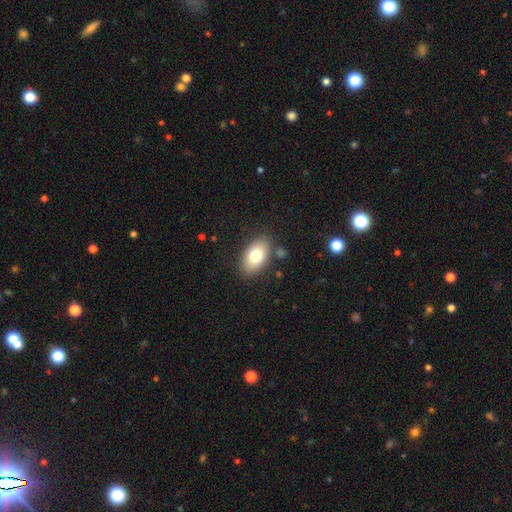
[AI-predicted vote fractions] Smooth or featured?
  - smooth: 77% *
  - featured or disk: 16%
  - star or artifact: 8%
How rounded?
  - in between: 91% *
  - round: 8%
  - cigar-shaped: 1%
Merging?
  - none: 83% *
  - minor disturbance: 11%
  - major disturbance: 3%
  - merger: 3%